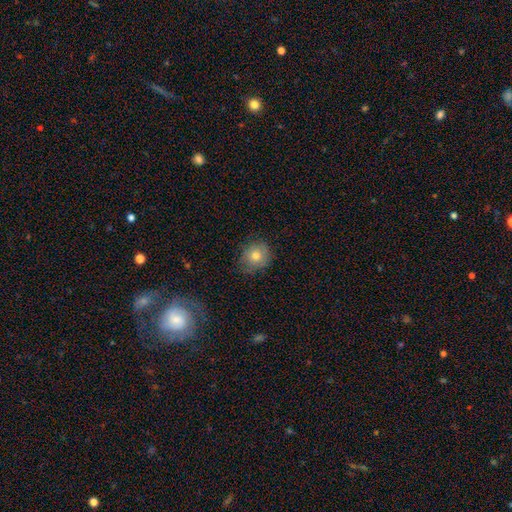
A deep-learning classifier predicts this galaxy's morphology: This appears to be a smooth galaxy with no disk features (75%) that is round (84%). Merging: none (76%).